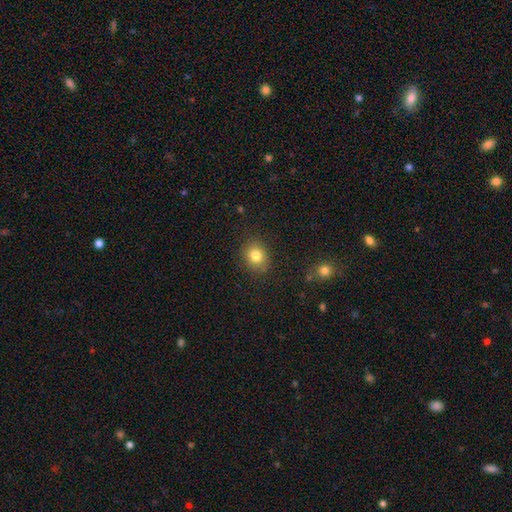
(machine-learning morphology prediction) A smooth galaxy with no disk features (81%) that is round (63%).

Vote fractions:
- Smooth or featured? smooth: 81% / star or artifact: 11% / featured or disk: 8%
- How rounded? round: 63% / in between: 36% / cigar-shaped: 1%
- Merging? none: 85% / minor disturbance: 11% / major disturbance: 3% / merger: 1%